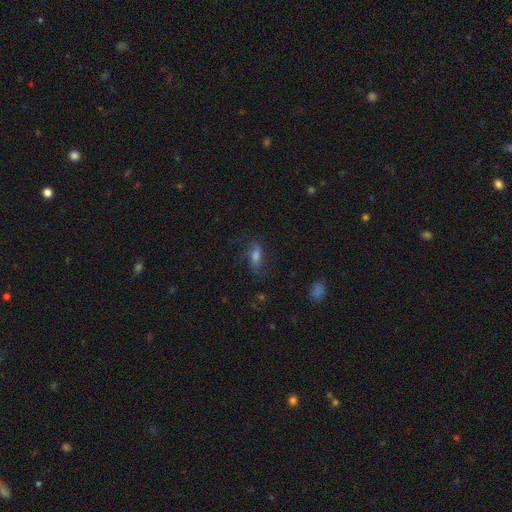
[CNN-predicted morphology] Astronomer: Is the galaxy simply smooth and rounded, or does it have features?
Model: featured or disk — 43%, tied with smooth at 43%.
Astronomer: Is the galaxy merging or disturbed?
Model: none — 64%.